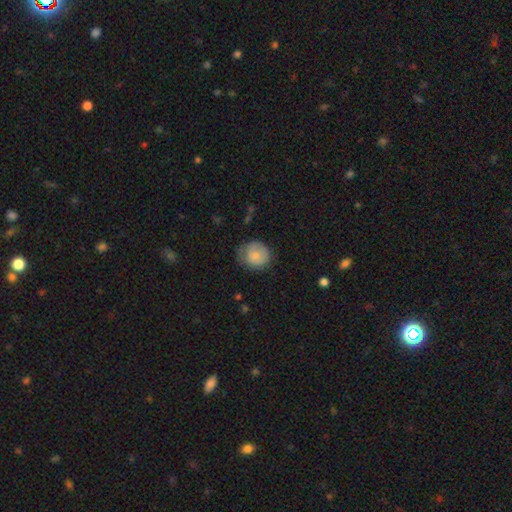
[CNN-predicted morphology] smooth_or_featured: smooth (p=0.69) [alt: featured or disk p=0.24]
how_rounded: round (p=0.82) [alt: in between p=0.17]
merging: none (p=0.55) [alt: minor disturbance p=0.30]